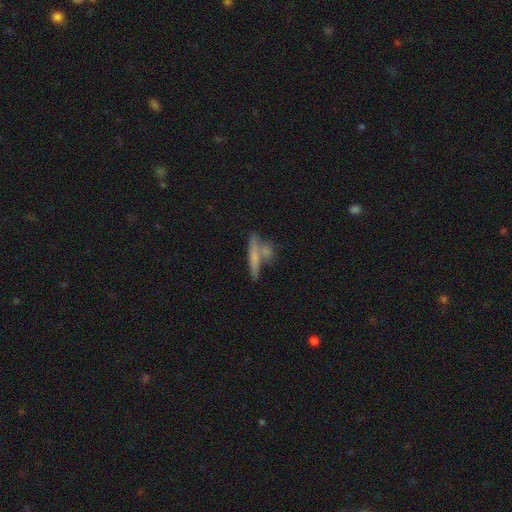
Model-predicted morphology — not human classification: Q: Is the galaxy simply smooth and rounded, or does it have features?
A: smooth — 54%.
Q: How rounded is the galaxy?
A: cigar-shaped — 82%.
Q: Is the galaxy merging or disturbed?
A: none — 54%.